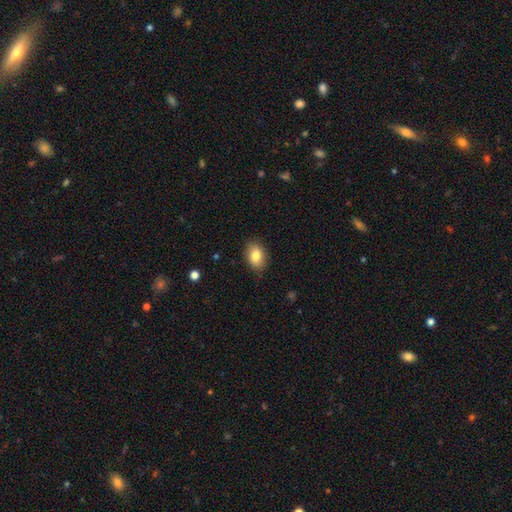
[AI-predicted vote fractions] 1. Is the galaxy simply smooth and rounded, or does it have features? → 83% smooth, 9% featured or disk, 8% star or artifact.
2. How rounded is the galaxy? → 81% in between, 18% round, 1% cigar-shaped.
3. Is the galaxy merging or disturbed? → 85% none, 12% minor disturbance, 3% major disturbance, 1% merger.